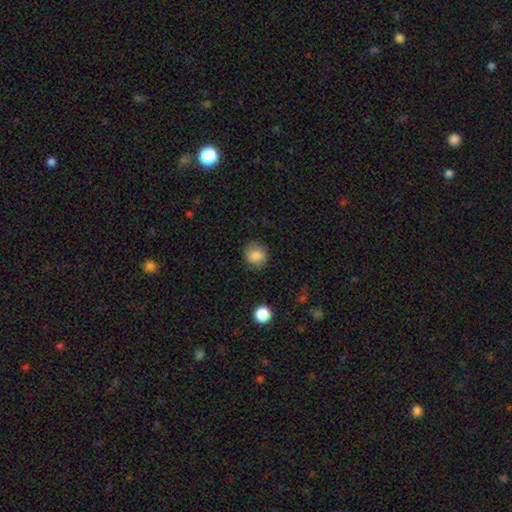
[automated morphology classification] A smooth galaxy with no disk features (84%) that is round (83%). Merging: none (83%).